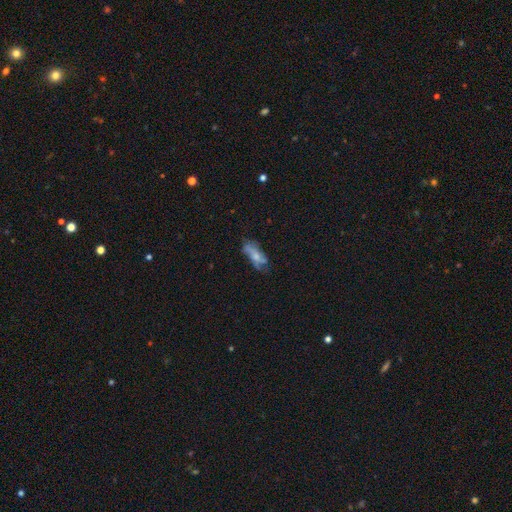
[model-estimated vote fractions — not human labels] A featured or disk galaxy (45%, tied with smooth). Merging: none (45%).